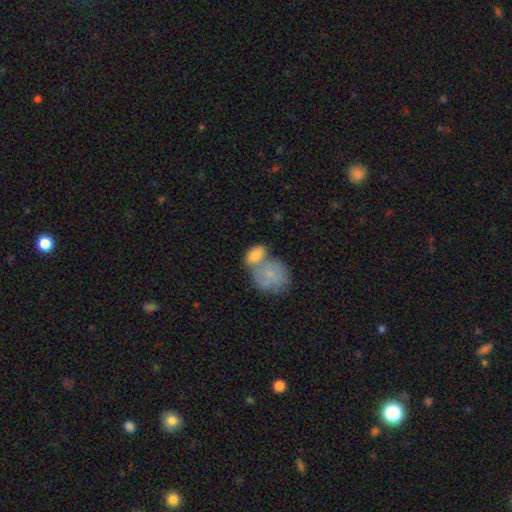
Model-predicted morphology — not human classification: This is likely a smooth galaxy (74%). How rounded: likely in between (76%). Merging: possibly merger (55%).